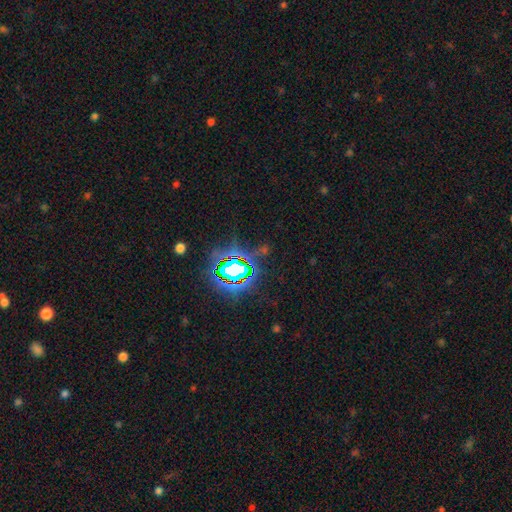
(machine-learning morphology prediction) Smooth or featured: star or artifact — 80% (smooth — 12%)